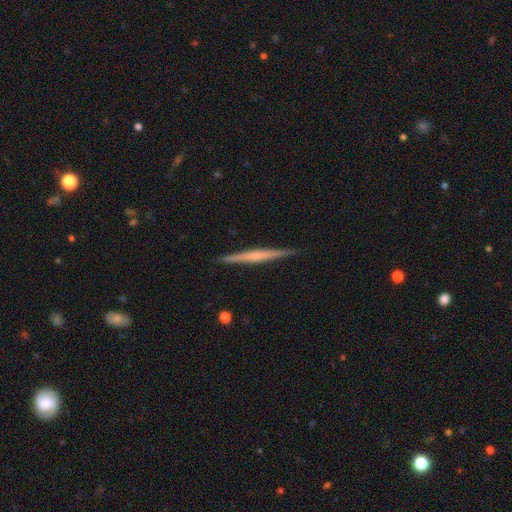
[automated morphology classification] This is likely a featured or disk galaxy (62%). It is clearly viewed edge-on (98%). Edge-on bulge: possibly none (59%). Merging: clearly none (92%).